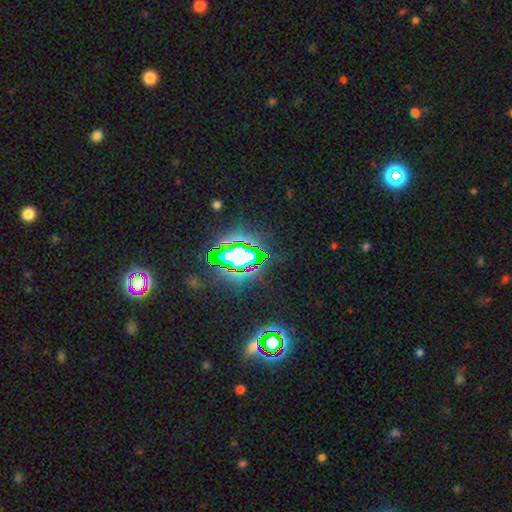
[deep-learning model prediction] Morphology: type=star or artifact (83%).